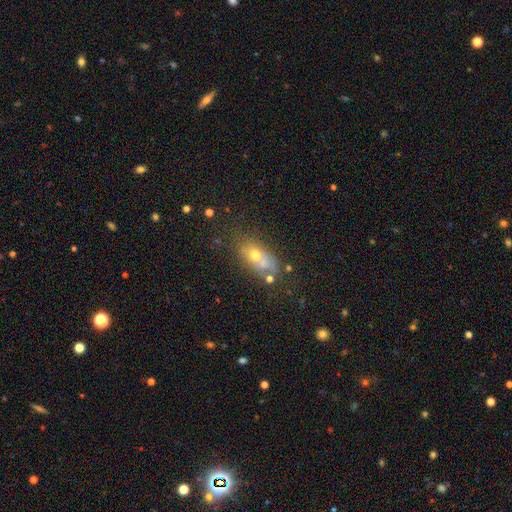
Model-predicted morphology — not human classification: smooth-or-featured: smooth: 55% | featured or disk: 29% | star or artifact: 16%
  how-rounded: in between: 71% | round: 21% | cigar-shaped: 8%
  merging: none: 43% | merger: 29% | minor disturbance: 17% | major disturbance: 10%